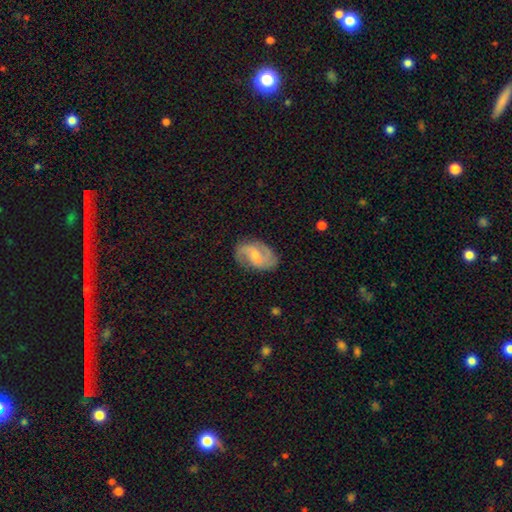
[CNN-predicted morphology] Smooth or featured: featured or disk — 76% (smooth — 18%)
Edge-on disk: no — 97% (yes — 3%)
Bar: weak — 53% (no — 30%)
Spiral arms: yes — 92% (no — 8%)
Spiral winding: medium — 48% (loose — 35%)
Spiral arm count: 2 — 85% (can't tell — 7%)
Bulge size: small — 56% (moderate — 35%)
Merging: none — 73% (minor disturbance — 18%)